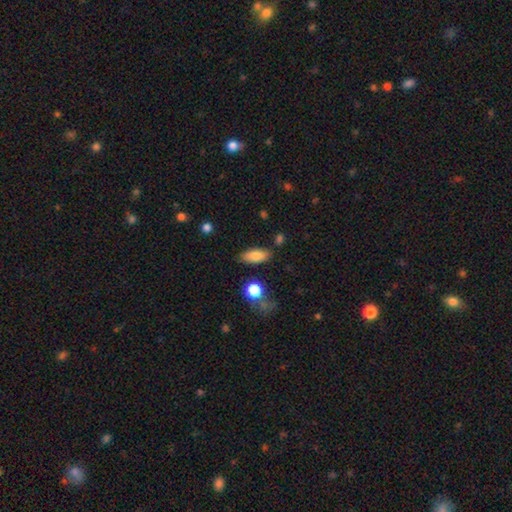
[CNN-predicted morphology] This appears to be a smooth galaxy with no disk features (82%) that is in between round and cigar-shaped (83%). Merging: none (79%).